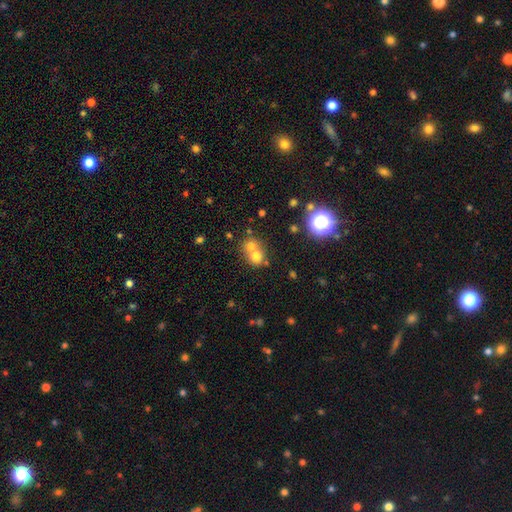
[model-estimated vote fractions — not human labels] smooth-or-featured: smooth: 70% | featured or disk: 15% | star or artifact: 15%
  how-rounded: round: 76% | in between: 23% | cigar-shaped: 1%
  merging: merger: 61% | none: 31% | minor disturbance: 5% | major disturbance: 3%